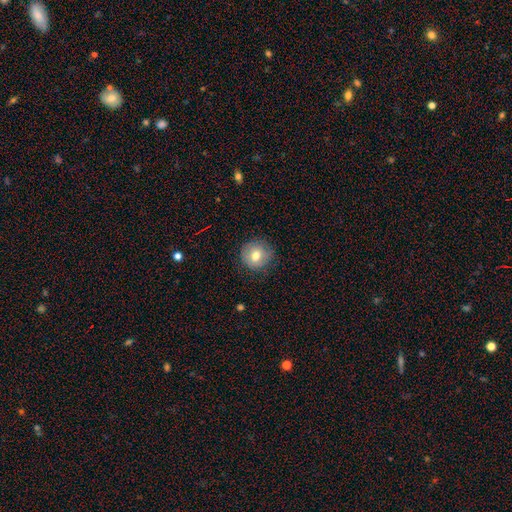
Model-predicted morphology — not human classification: smooth-or-featured: smooth: 72% | featured or disk: 18% | star or artifact: 10%
  how-rounded: round: 92% | in between: 7% | cigar-shaped: 1%
  merging: none: 83% | minor disturbance: 13% | major disturbance: 3% | merger: 1%